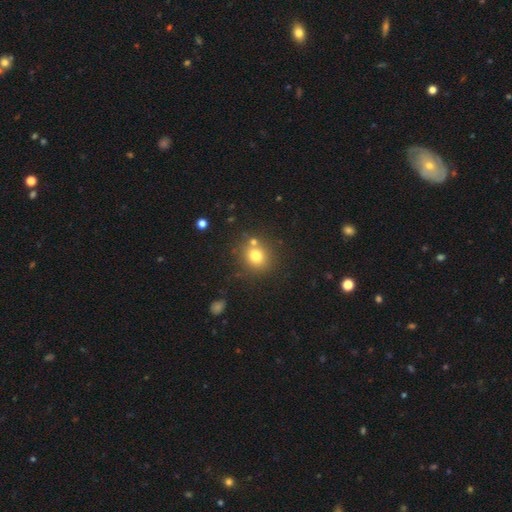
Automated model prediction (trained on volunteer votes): smooth_or_featured: smooth (p=0.75) [alt: star or artifact p=0.14]
how_rounded: round (p=0.82) [alt: in between p=0.17]
merging: none (p=0.73) [alt: merger p=0.14]